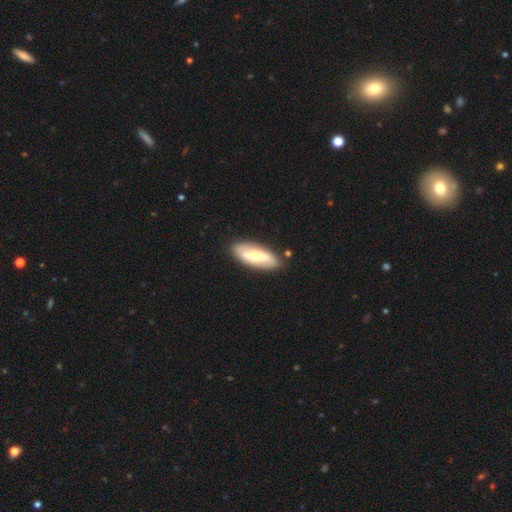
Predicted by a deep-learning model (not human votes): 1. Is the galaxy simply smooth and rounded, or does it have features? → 51% featured or disk, 44% smooth, 5% star or artifact.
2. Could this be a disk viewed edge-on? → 75% no, 25% yes.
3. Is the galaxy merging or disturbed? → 84% none, 11% minor disturbance, 3% major disturbance, 2% merger.